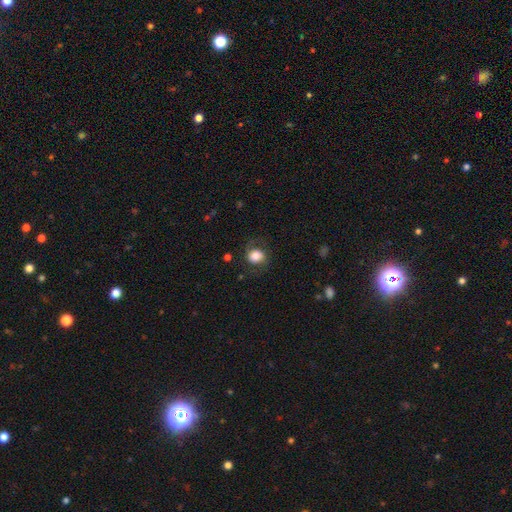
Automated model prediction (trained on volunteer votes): smooth-or-featured: smooth: 62% | featured or disk: 30% | star or artifact: 9%
  how-rounded: round: 63% | in between: 36% | cigar-shaped: 1%
  merging: none: 68% | minor disturbance: 18% | major disturbance: 13% | merger: 1%